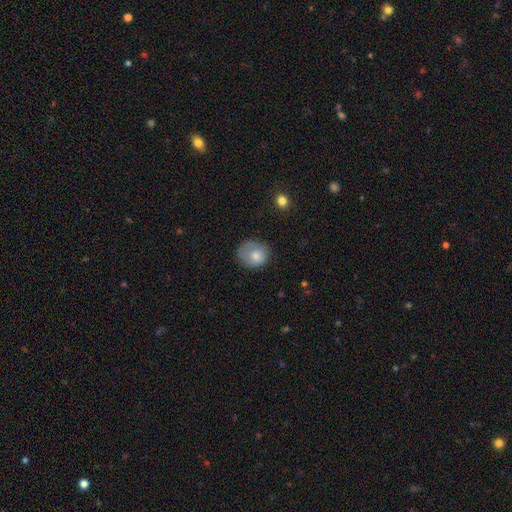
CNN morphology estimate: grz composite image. It shows a smooth galaxy with no disk features (76%) that is round (62%). Merging: none (52%).